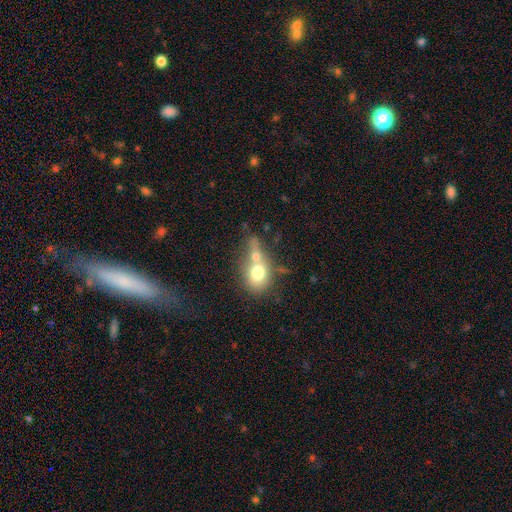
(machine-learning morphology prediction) The model was most divided on "how rounded": in between: 53%, round: 43%, cigar-shaped: 4%. More confident: smooth or featured — smooth (69%); merging — merger (62%).